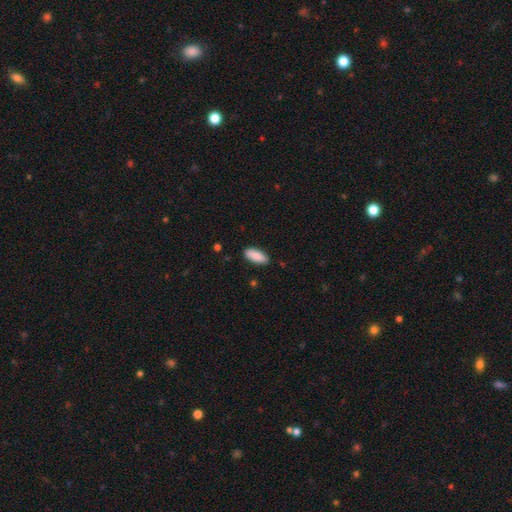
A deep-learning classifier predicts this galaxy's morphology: Overall: smooth (89%). How rounded: in between (80%). Merging: none (87%).